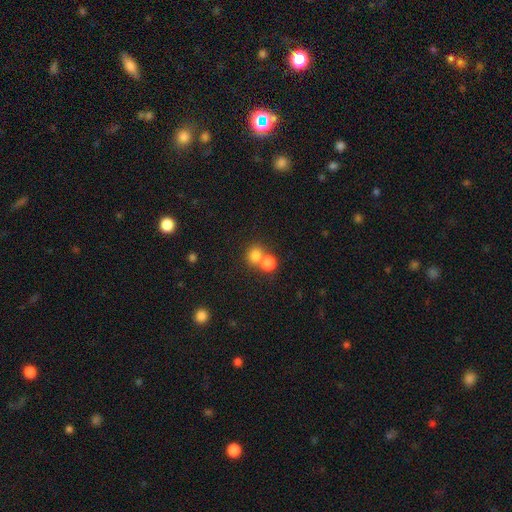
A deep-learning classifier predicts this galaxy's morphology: Smooth or featured? Predicted: smooth (p=0.78). How rounded? Predicted: round (p=0.75). Merging? Predicted: merger (p=0.47).